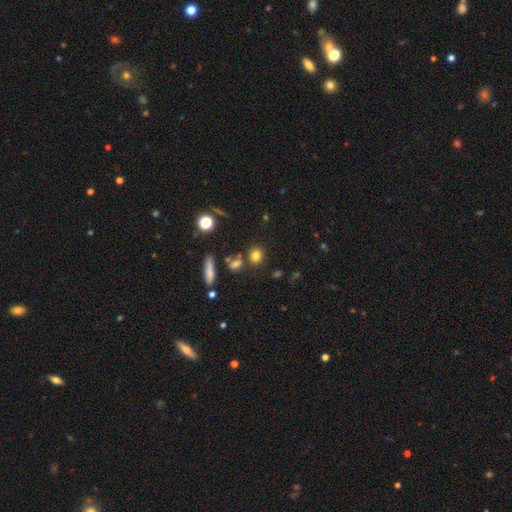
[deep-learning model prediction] A smooth galaxy with no disk features (78%) that is round (77%).

Vote fractions:
- Smooth or featured? smooth: 78% / star or artifact: 15% / featured or disk: 7%
- How rounded? round: 77% / in between: 21% / cigar-shaped: 2%
- Merging? none: 79% / minor disturbance: 9% / merger: 8% / major disturbance: 3%